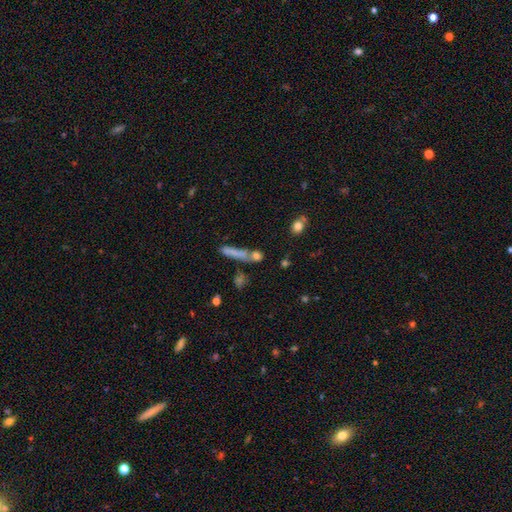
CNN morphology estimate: Smooth or featured? smooth (67%)
How rounded? cigar-shaped (48%)
Merging? none (51%)